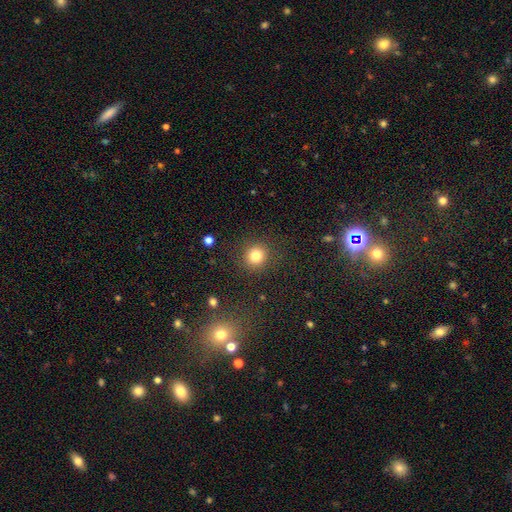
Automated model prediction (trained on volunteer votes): Smooth or featured? smooth (81%)
How rounded? round (91%)
Merging? none (88%)